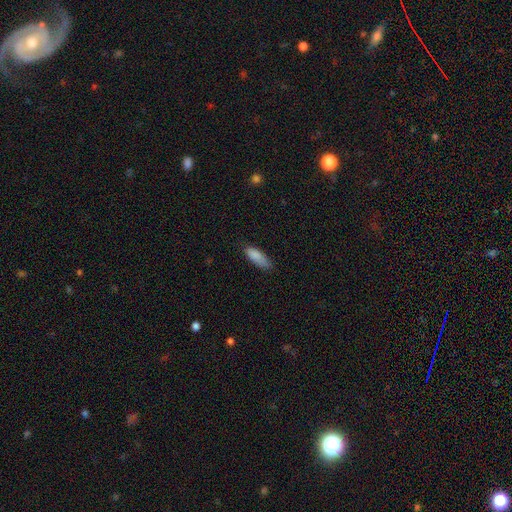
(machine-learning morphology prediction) Smooth or featured? smooth (86%)
How rounded? in between (65%)
Merging? none (67%)